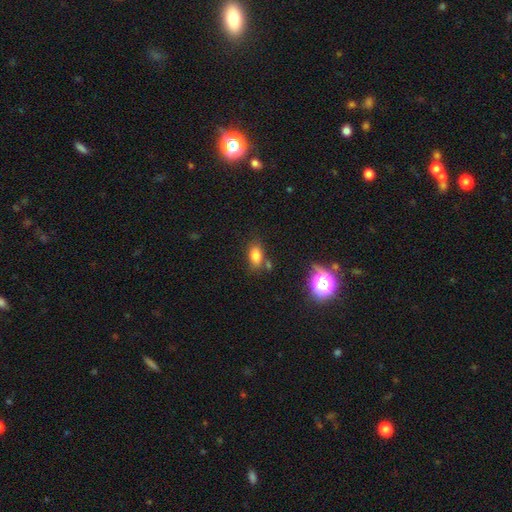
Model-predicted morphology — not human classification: Smooth or featured?
  - smooth: 78% *
  - star or artifact: 14%
  - featured or disk: 7%
How rounded?
  - in between: 86% *
  - round: 11%
  - cigar-shaped: 4%
Merging?
  - none: 71% *
  - minor disturbance: 15%
  - merger: 9%
  - major disturbance: 5%